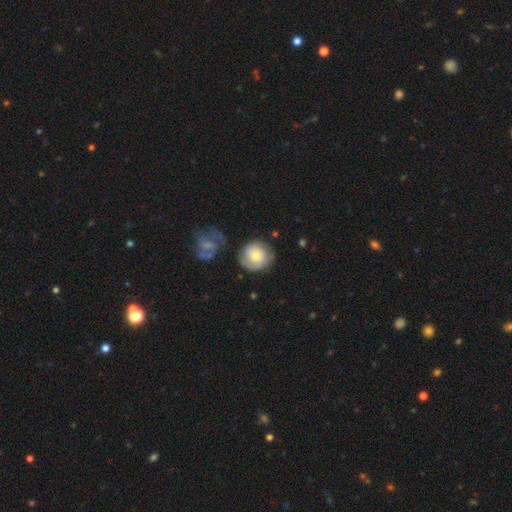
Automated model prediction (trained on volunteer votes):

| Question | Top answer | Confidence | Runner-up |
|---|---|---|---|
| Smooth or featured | smooth | 58% | featured or disk (35%) |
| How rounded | round | 88% | in between (11%) |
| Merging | none | 66% | minor disturbance (19%) |